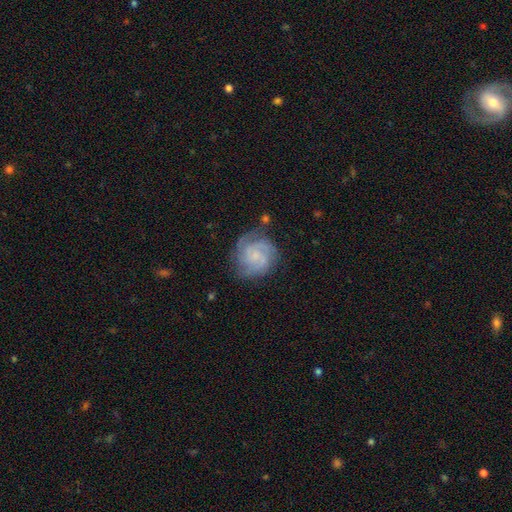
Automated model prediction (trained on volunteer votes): Smooth or featured?
  - featured or disk: 74% *
  - smooth: 19%
  - star or artifact: 7%
Edge-on disk?
  - no: 98% *
  - yes: 2%
Bar?
  - no: 67% *
  - weak: 29%
  - strong: 4%
Spiral arms?
  - yes: 94% *
  - no: 6%
Spiral winding?
  - tight: 57% *
  - medium: 35%
  - loose: 9%
Spiral arm count?
  - 3: 36% *
  - 2: 25%
  - can't tell: 22%
  - 4: 8%
  - 1: 5%
  - more than 4: 4%
Bulge size?
  - small: 57% *
  - none: 25%
  - moderate: 15%
  - large: 2%
  - dominant: 1%
Merging?
  - none: 68% *
  - minor disturbance: 20%
  - major disturbance: 9%
  - merger: 3%